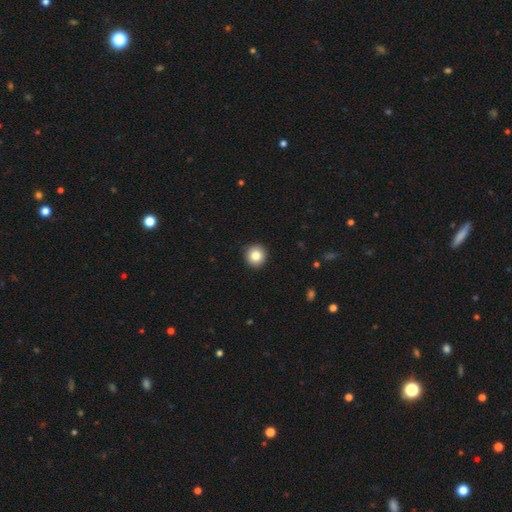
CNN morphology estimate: type=smooth (83%); roundness=round (95%); merging=none (92%).